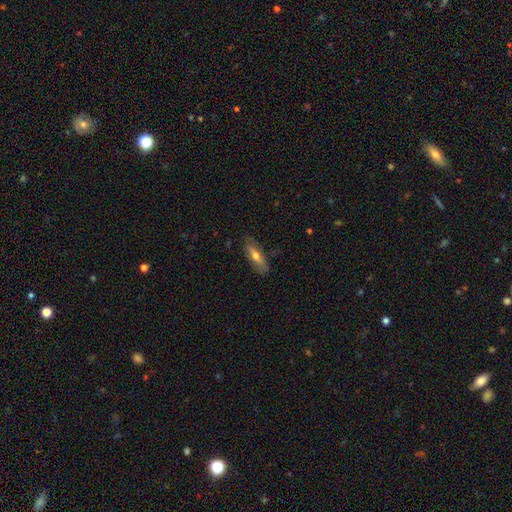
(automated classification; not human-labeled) Smooth or featured?
  - smooth: 55% *
  - featured or disk: 39%
  - star or artifact: 6%
How rounded?
  - cigar-shaped: 52% *
  - in between: 46%
  - round: 3%
Merging?
  - none: 78% *
  - minor disturbance: 17%
  - major disturbance: 4%
  - merger: 1%